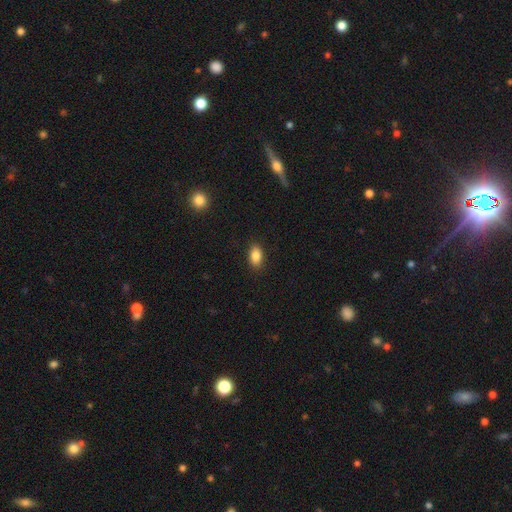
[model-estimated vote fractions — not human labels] smooth-or-featured: smooth: 86% | star or artifact: 8% | featured or disk: 5%
  how-rounded: in between: 89% | round: 8% | cigar-shaped: 3%
  merging: none: 87% | minor disturbance: 9% | major disturbance: 2% | merger: 1%